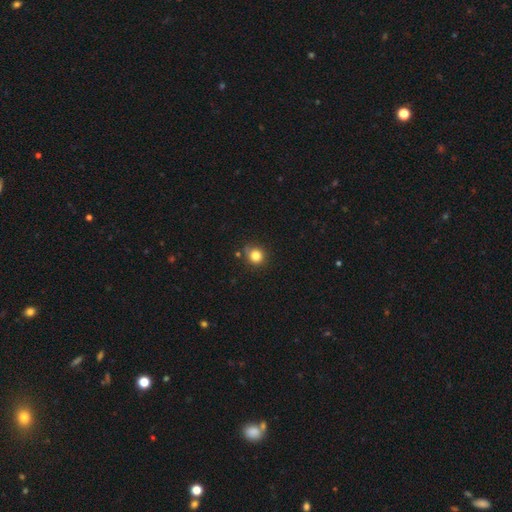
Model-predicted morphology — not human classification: Smooth or featured? Predicted: smooth (p=0.82). How rounded? Predicted: round (p=0.89). Merging? Predicted: none (p=0.78).